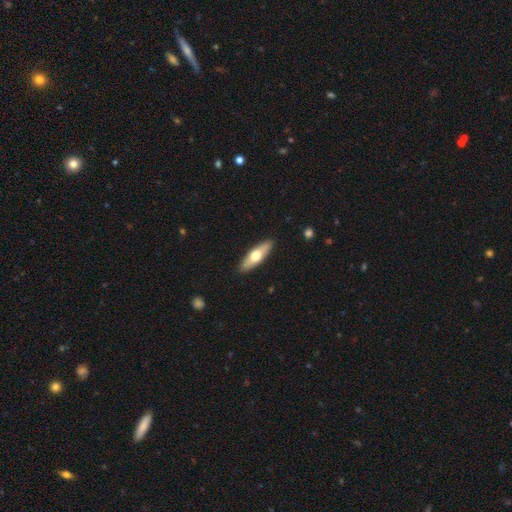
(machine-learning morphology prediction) This is possibly a smooth galaxy (56%). How rounded: possibly cigar-shaped (54%). Merging: clearly none (89%).